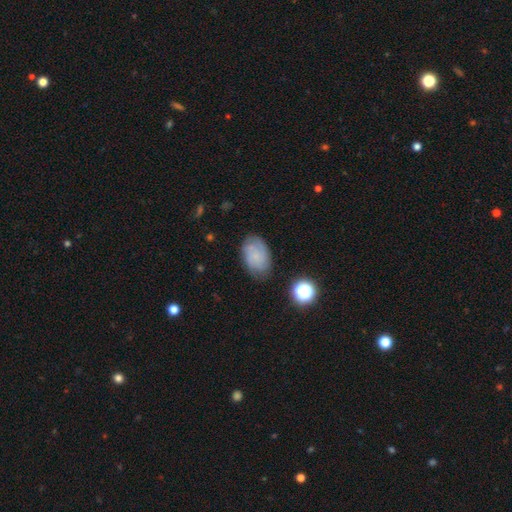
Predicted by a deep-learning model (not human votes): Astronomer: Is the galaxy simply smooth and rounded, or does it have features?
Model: smooth — 47% (runner-up: featured or disk, 41%).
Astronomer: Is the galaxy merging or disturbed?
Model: none — 74%.